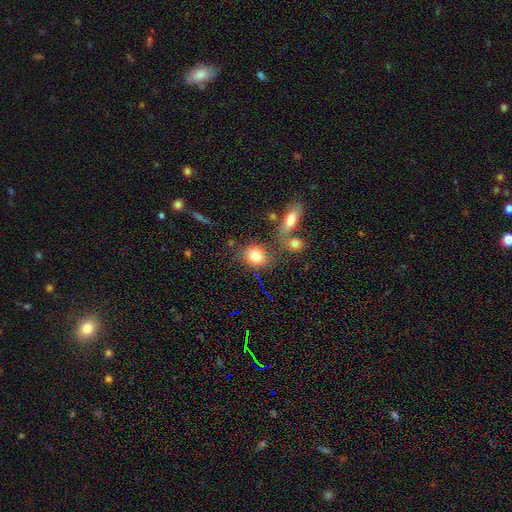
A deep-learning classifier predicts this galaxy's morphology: smooth-or-featured: smooth: 79% | featured or disk: 10% | star or artifact: 10%
  how-rounded: round: 63% | in between: 35% | cigar-shaped: 2%
  merging: none: 65% | merger: 17% | minor disturbance: 13% | major disturbance: 5%